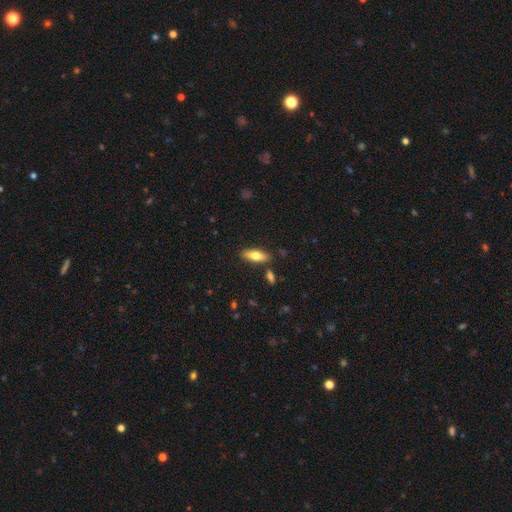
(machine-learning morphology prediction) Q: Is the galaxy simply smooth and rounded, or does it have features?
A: smooth — 69%.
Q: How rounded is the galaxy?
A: in between — 68%.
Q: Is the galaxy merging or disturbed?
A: none — 84%.